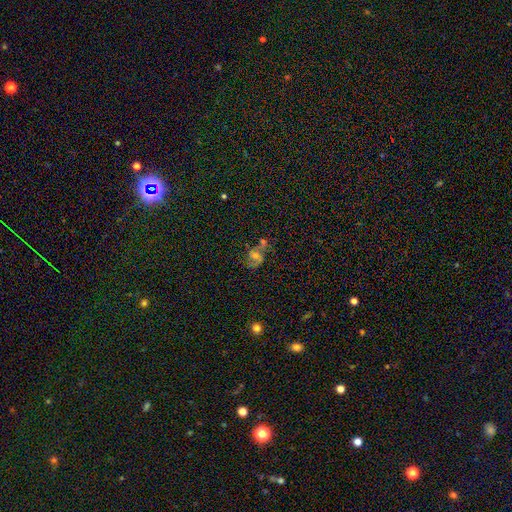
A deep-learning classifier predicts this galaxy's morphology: Smooth or featured? featured or disk (44%)
Merging? none (43%)